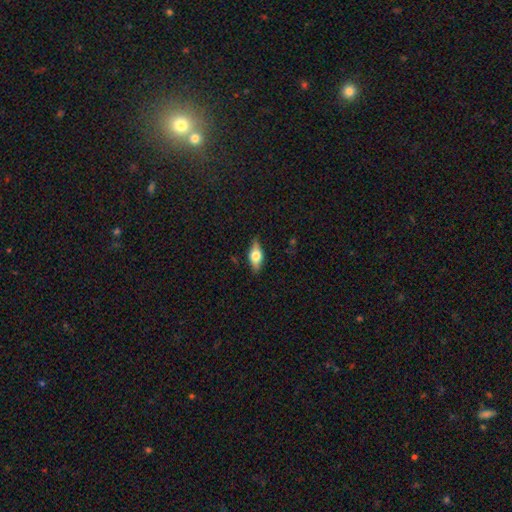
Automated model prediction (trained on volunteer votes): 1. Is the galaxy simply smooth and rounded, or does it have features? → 53% smooth, 39% featured or disk, 8% star or artifact.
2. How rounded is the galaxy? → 78% in between, 16% cigar-shaped, 6% round.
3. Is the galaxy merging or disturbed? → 85% none, 12% minor disturbance, 3% major disturbance, 1% merger.